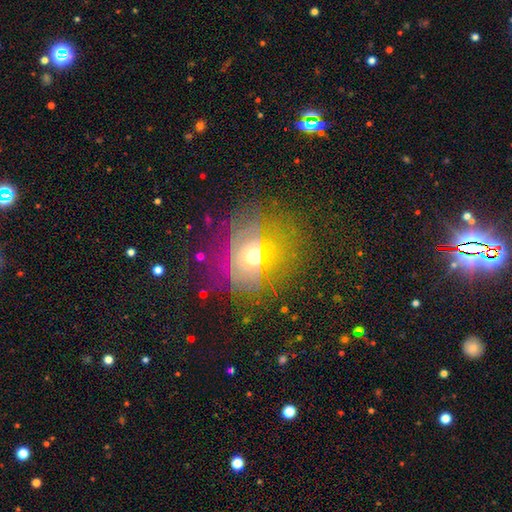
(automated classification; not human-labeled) This is marginally a smooth galaxy (42%). Merging: possibly none (57%).